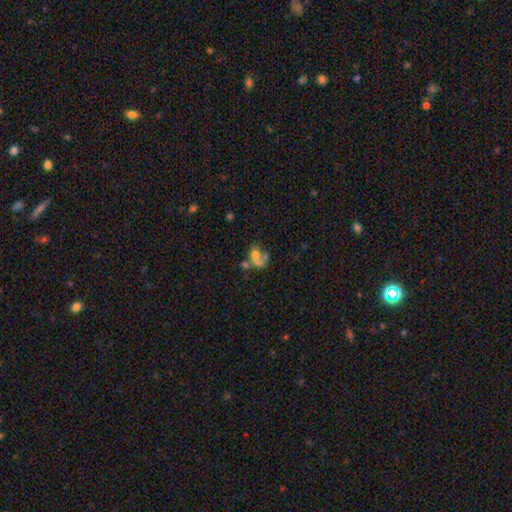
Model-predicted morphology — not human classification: A smooth galaxy with no disk features (51%) that is in between round and cigar-shaped (55%). Merging: merger (52%).